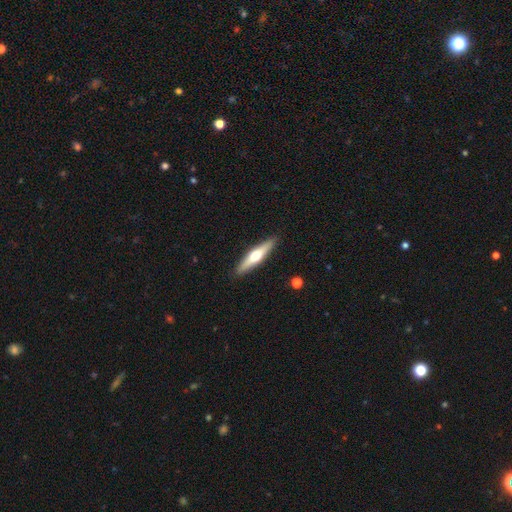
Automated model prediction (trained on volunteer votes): Overall: featured or disk (56%; smooth 39%). Edge-on disk: yes (94%). Edge-on bulge: rounded (94%). Merging: none (90%).